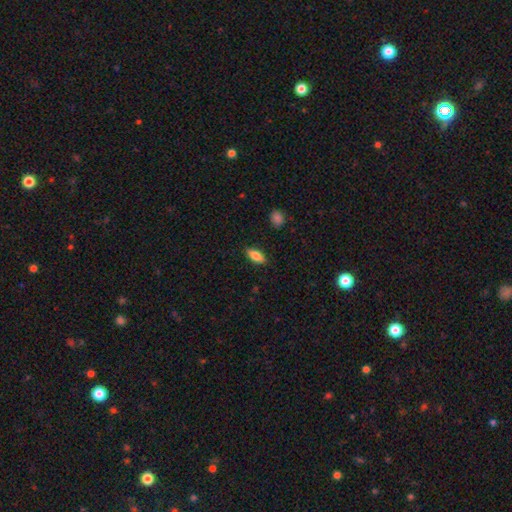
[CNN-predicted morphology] type=smooth (82%); roundness=in between (84%); merging=none (87%).